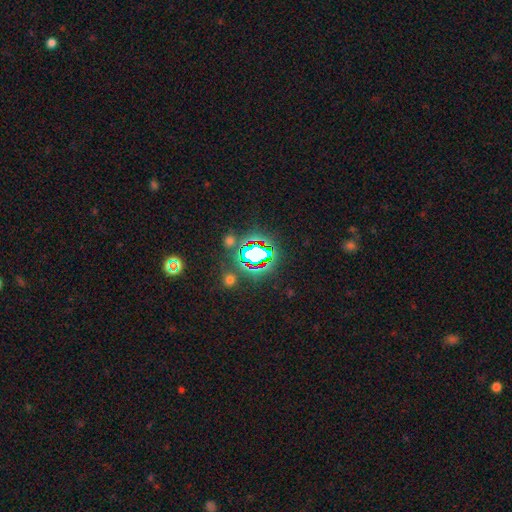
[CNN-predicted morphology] smooth-or-featured: star or artifact: 70% | smooth: 18% | featured or disk: 12%